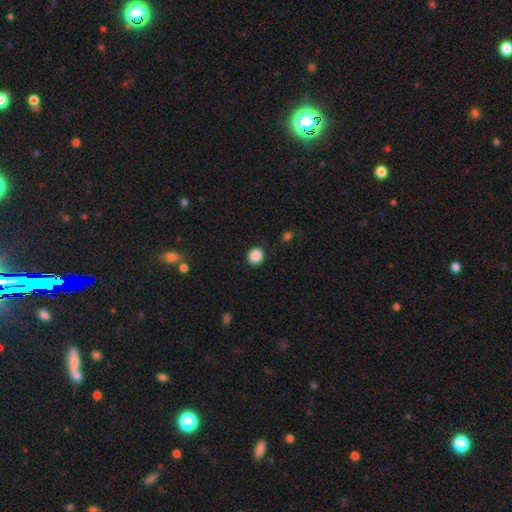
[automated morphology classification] Smooth or featured: smooth — 88% (star or artifact — 9%)
How rounded: round — 84% (in between — 15%)
Merging: none — 90% (minor disturbance — 6%)